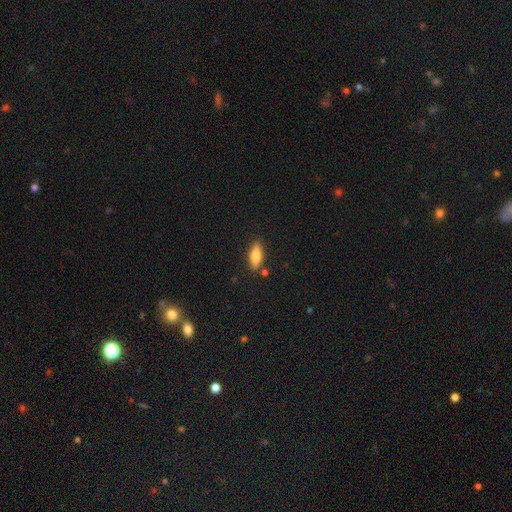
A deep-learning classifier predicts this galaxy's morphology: Smooth or featured: smooth — 73% (featured or disk — 20%)
How rounded: in between — 61% (cigar-shaped — 36%)
Merging: none — 84% (minor disturbance — 10%)